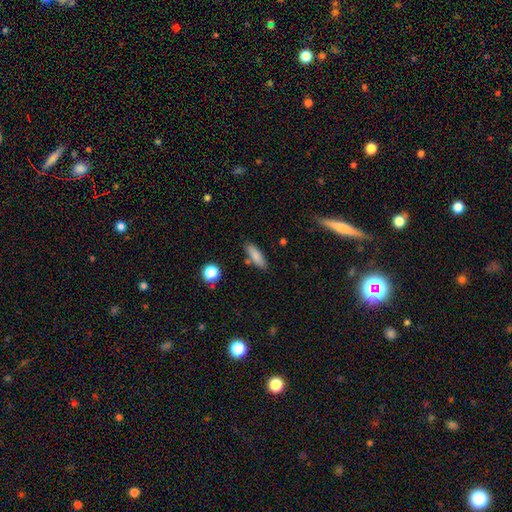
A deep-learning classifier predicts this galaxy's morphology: This appears to be a smooth galaxy with no disk features (83%) that is in between round and cigar-shaped (55%). Merging: none (77%).